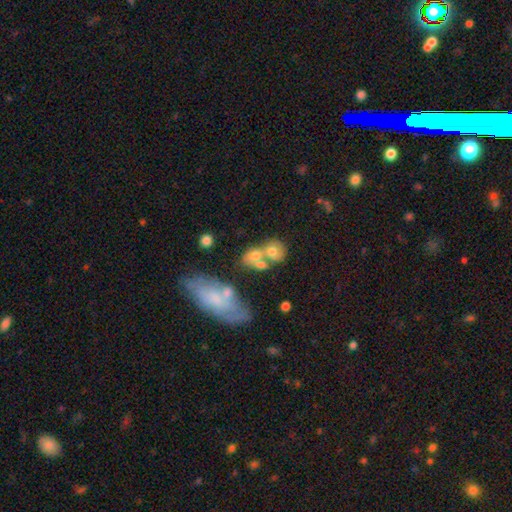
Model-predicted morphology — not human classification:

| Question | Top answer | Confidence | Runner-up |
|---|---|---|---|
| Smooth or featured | smooth | 52% | featured or disk (30%) |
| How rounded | in between | 47% | tied: round (47%) |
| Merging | none | 41% | merger (36%) |